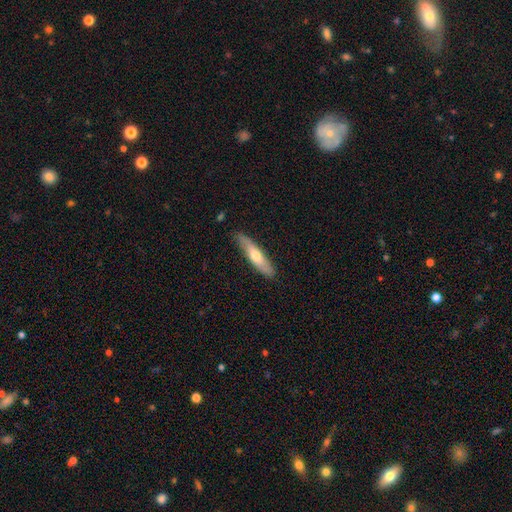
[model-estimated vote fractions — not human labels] Smooth or featured: smooth — 58% (featured or disk — 37%)
How rounded: cigar-shaped — 81% (in between — 17%)
Merging: none — 84% (minor disturbance — 12%)